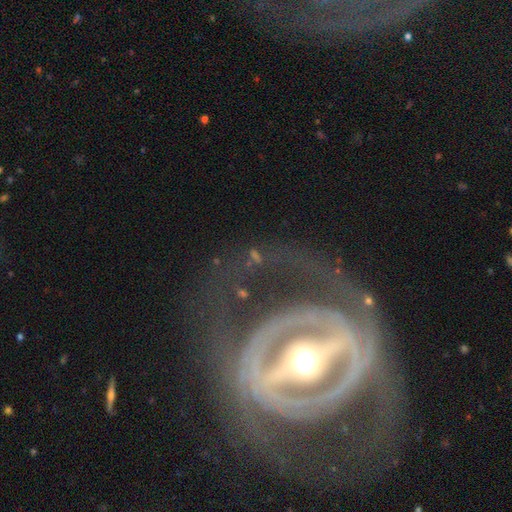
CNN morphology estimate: Smooth or featured? featured or disk (67%)
Edge-on disk? no (91%)
Bar? no (37%)
Spiral arms? yes (79%)
Bulge size? moderate (48%)
Merging? none (56%)